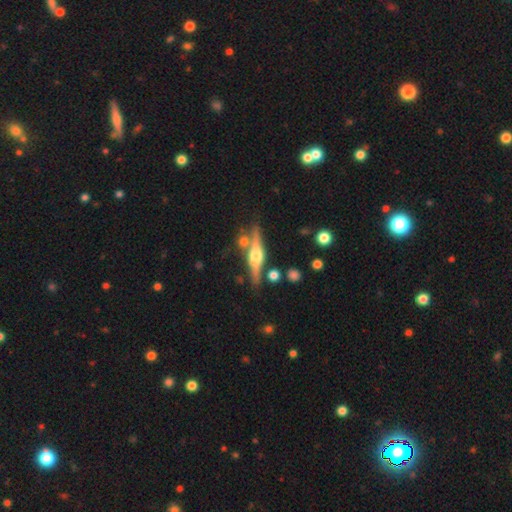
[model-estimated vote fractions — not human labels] A featured or disk galaxy (78%) viewed edge-on (97%) with a rounded central bulge (93%).

Vote fractions:
- Smooth or featured? featured or disk: 78% / smooth: 16% / star or artifact: 6%
- Edge-on disk? yes: 97% / no: 3%
- Edge-on bulge? rounded: 93% / boxy: 5% / none: 2%
- Merging? none: 79% / minor disturbance: 10% / merger: 8% / major disturbance: 3%